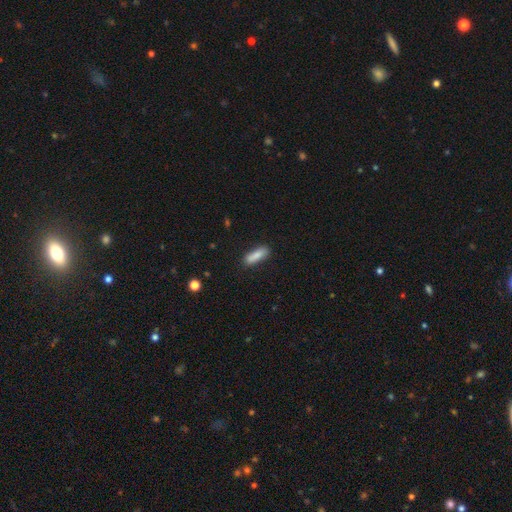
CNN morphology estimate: A smooth galaxy with no disk features (85%) that is cigar-shaped (59%). Merging: none (82%).